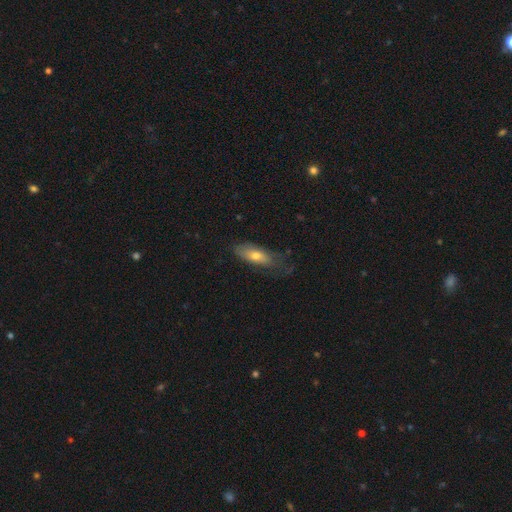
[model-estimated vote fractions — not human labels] Overall: smooth (66%; featured or disk 27%). How rounded: in between (67%; cigar-shaped 30%). Merging: none (53%; minor disturbance 32%).